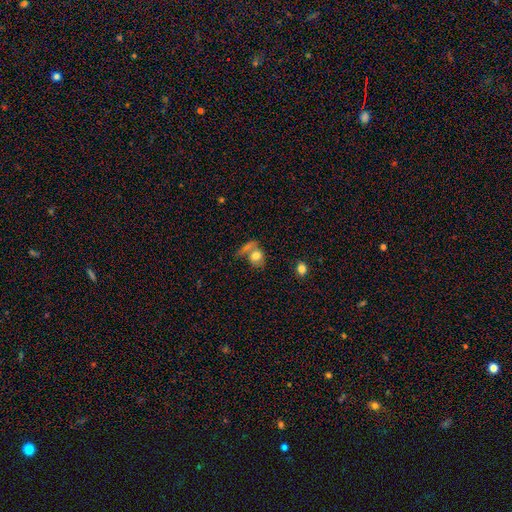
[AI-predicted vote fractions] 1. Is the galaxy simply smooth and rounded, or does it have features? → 73% smooth, 18% featured or disk, 9% star or artifact.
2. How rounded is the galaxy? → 56% in between, 41% round, 3% cigar-shaped.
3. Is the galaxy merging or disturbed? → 42% merger, 33% none, 13% minor disturbance, 12% major disturbance.